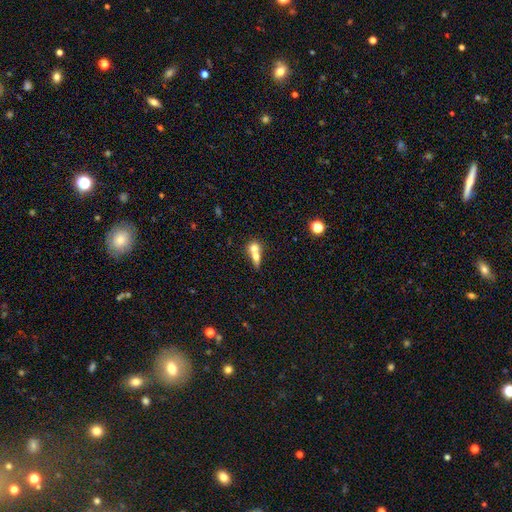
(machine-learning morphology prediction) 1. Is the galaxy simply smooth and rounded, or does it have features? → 65% smooth, 26% featured or disk, 9% star or artifact.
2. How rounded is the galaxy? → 44% in between, 40% round, 16% cigar-shaped.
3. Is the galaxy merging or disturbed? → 69% merger, 21% none, 6% minor disturbance, 4% major disturbance.